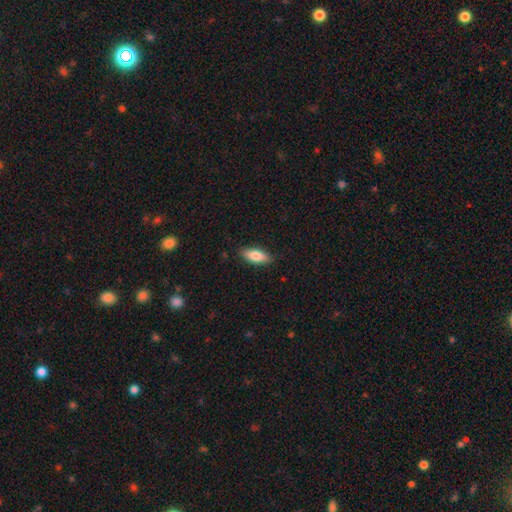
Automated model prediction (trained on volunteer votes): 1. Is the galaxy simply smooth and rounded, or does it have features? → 80% smooth, 13% featured or disk, 6% star or artifact.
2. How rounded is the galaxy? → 77% in between, 21% cigar-shaped, 2% round.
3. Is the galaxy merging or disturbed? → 84% none, 12% minor disturbance, 2% major disturbance, 1% merger.